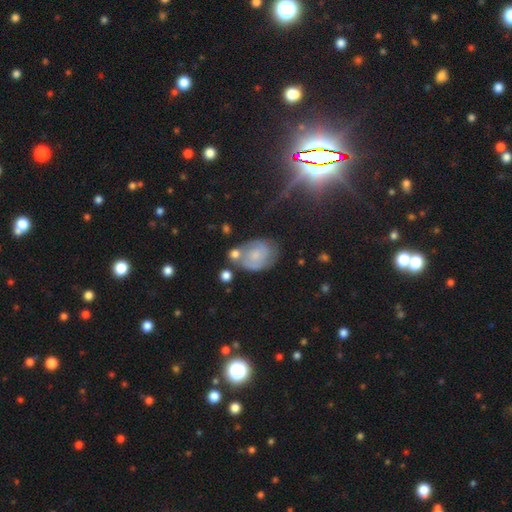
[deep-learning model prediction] A smooth galaxy with no disk features (45%). Merging: none (51%).